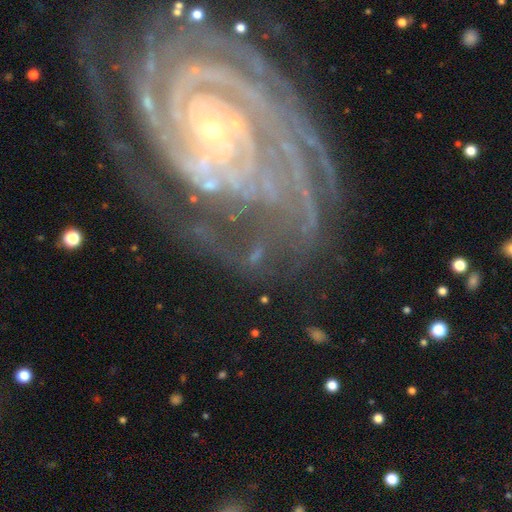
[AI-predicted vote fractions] Smooth or featured? featured or disk (65%)
Edge-on disk? no (93%)
Bar? no (42%)
Spiral arms? yes (86%)
Spiral winding? tight (58%)
Spiral arm count? can't tell (28%)
Bulge size? small (55%)
Merging? none (62%)